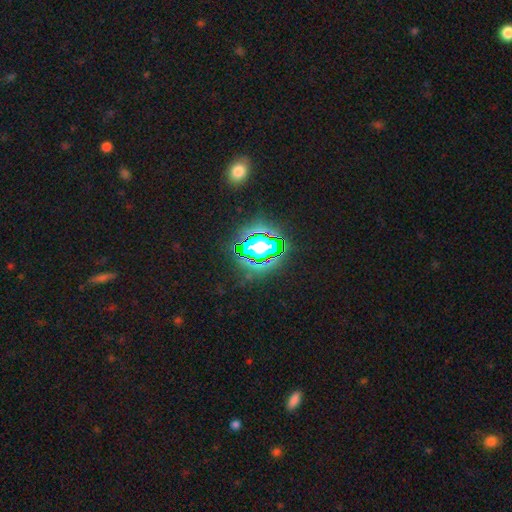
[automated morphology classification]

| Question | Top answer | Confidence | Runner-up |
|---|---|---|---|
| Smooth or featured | star or artifact | 79% | smooth (13%) |